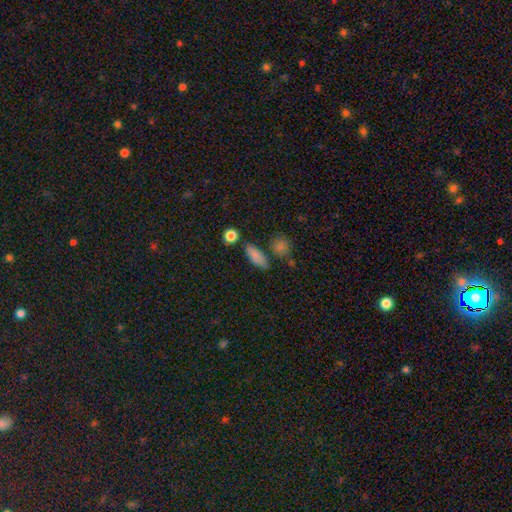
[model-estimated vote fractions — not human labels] Overall: smooth (82%). How rounded: in between (63%; cigar-shaped 29%). Merging: none (74%).